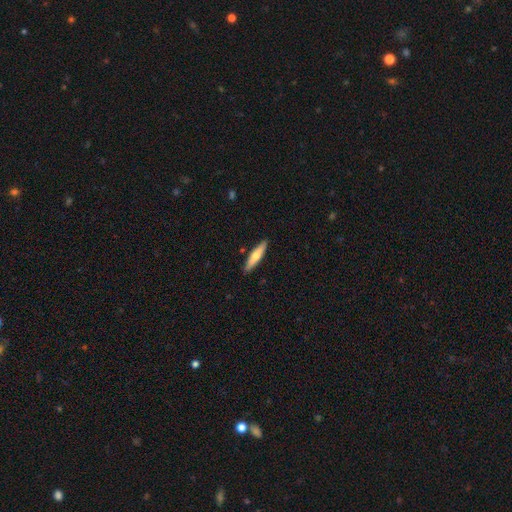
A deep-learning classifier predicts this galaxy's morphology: Smooth or featured: smooth — 60% (featured or disk — 34%)
How rounded: cigar-shaped — 83% (in between — 16%)
Merging: none — 90% (minor disturbance — 8%)